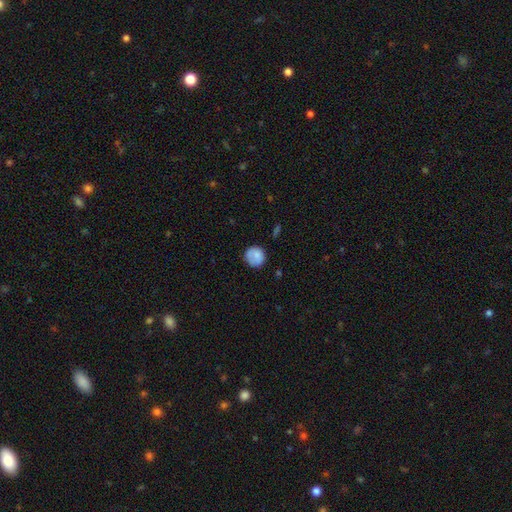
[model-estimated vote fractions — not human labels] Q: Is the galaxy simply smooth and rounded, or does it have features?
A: smooth — 78%.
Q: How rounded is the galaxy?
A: round — 88%.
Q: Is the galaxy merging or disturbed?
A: none — 73%.